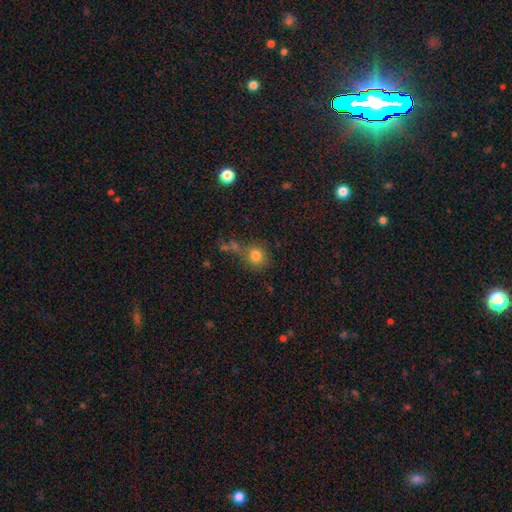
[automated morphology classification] Smooth or featured?
  - smooth: 78% *
  - star or artifact: 14%
  - featured or disk: 8%
How rounded?
  - round: 84% *
  - in between: 15%
  - cigar-shaped: 1%
Merging?
  - none: 62% *
  - minor disturbance: 15%
  - merger: 15%
  - major disturbance: 8%